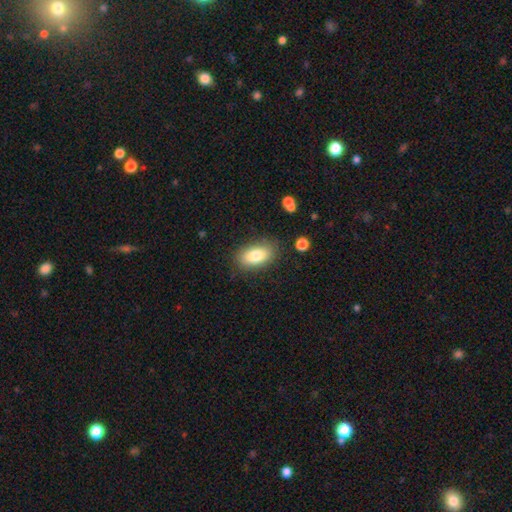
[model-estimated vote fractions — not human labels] This appears to be a smooth galaxy with no disk features (80%) that is in between round and cigar-shaped (90%). Merging: none (82%).